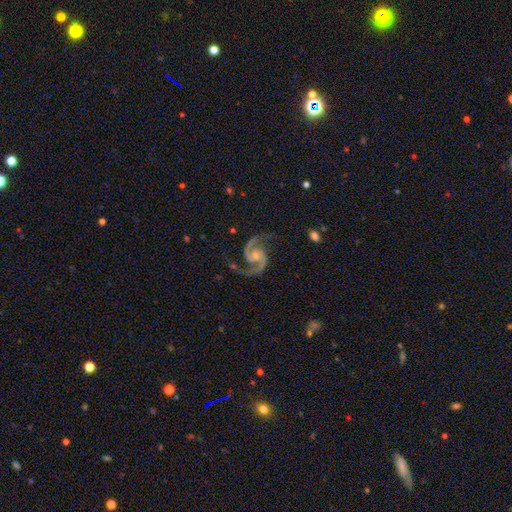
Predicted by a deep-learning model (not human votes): Smooth or featured: featured or disk — 93% (star or artifact — 4%)
Edge-on disk: no — 98% (yes — 2%)
Bar: no — 60% (weak — 31%)
Spiral arms: yes — 99% (no — 1%)
Spiral winding: medium — 67% (loose — 17%)
Spiral arm count: 2 — 95% (3 — 1%)
Bulge size: small — 54% (moderate — 37%)
Merging: none — 80% (minor disturbance — 13%)